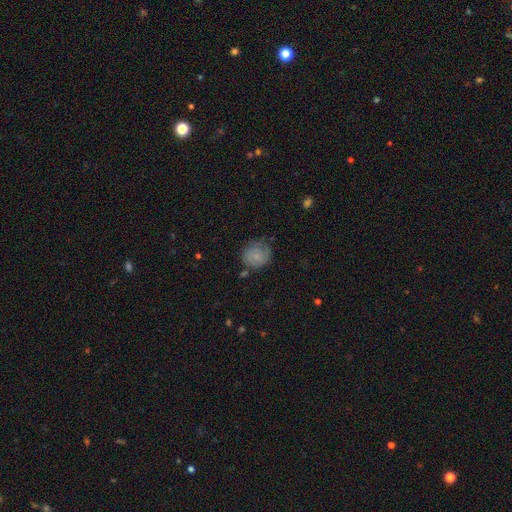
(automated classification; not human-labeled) Morphology: type=smooth (56%); roundness=round (76%); merging=none (64%).